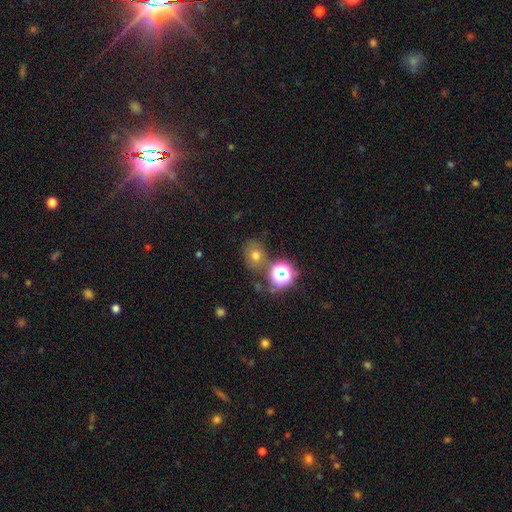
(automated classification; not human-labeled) Smooth or featured? smooth (63%)
How rounded? round (66%)
Merging? none (69%)